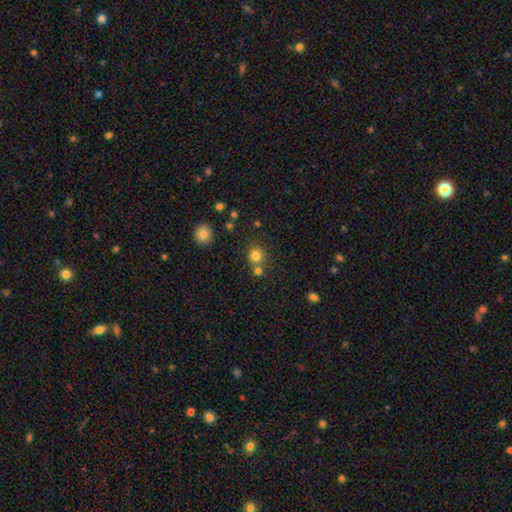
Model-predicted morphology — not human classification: Smooth or featured? Predicted: smooth (p=0.79). How rounded? Predicted: round (p=0.89). Merging? Predicted: none (p=0.64).